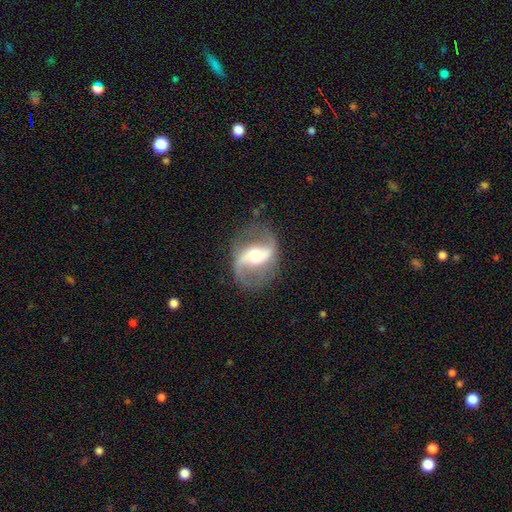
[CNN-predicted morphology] This appears to be a featured or disk galaxy (88%) with a weak bar (40%), 2 (93%) loose (57%) spiral arms (95%) and a moderate central bulge (61%). Merging: none (80%).